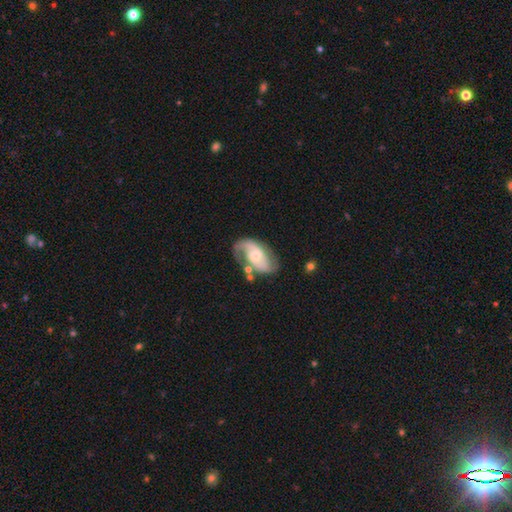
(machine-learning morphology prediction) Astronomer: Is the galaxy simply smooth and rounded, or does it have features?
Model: featured or disk — 83%.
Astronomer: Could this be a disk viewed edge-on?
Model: no — 97%.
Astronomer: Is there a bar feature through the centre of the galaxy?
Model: no — 57% (runner-up: weak, 34%).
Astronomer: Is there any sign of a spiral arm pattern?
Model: yes — 94%.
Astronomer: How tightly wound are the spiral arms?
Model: medium — 47% (runner-up: tight, 27%).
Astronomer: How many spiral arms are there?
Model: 2 — 79%.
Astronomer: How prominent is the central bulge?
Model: moderate — 51% (runner-up: small, 41%).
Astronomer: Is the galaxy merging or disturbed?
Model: none — 61%.